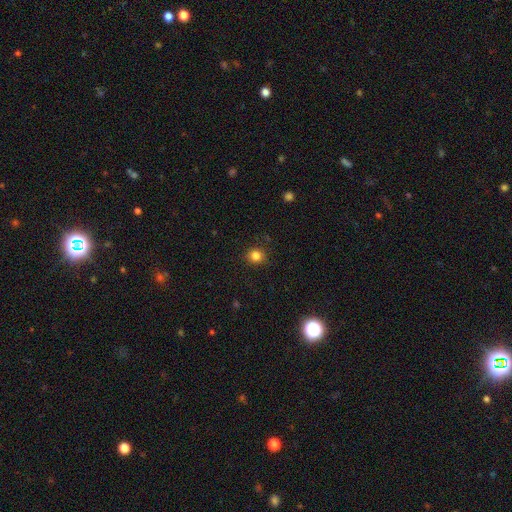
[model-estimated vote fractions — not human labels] Smooth or featured? Predicted: smooth (p=0.83). How rounded? Predicted: round (p=0.88). Merging? Predicted: none (p=0.89).